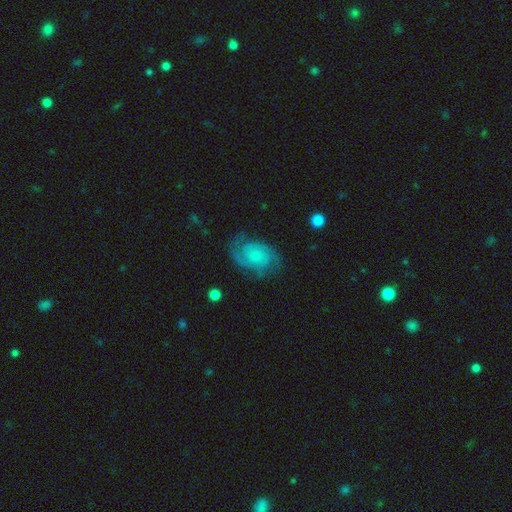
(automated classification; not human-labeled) Smooth or featured: featured or disk — 75% (smooth — 18%)
Edge-on disk: no — 97% (yes — 3%)
Bar: no — 71% (weak — 26%)
Spiral arms: yes — 95% (no — 5%)
Spiral winding: medium — 44% (tight — 39%)
Spiral arm count: 2 — 70% (can't tell — 13%)
Bulge size: small — 49% (none — 25%)
Merging: none — 70% (minor disturbance — 18%)